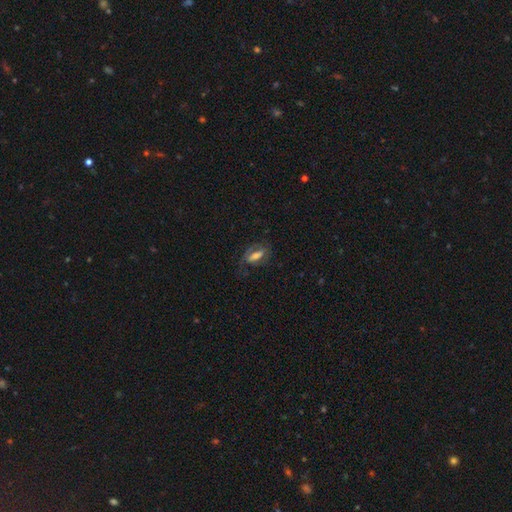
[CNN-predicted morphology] This is possibly a smooth galaxy (51%). How rounded: likely in between (70%). Merging: likely none (63%).